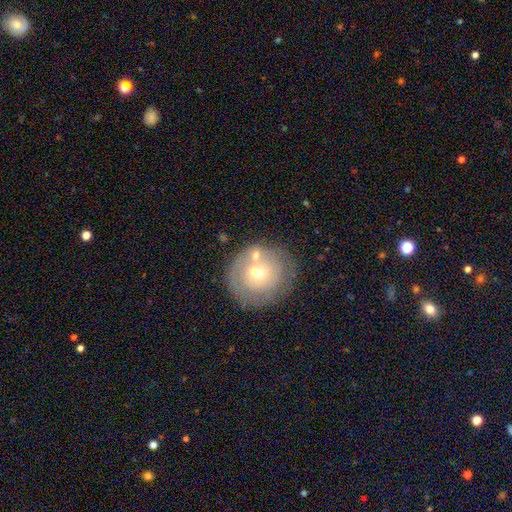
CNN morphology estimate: Smooth or featured? Predicted: smooth (p=0.47). Merging? Predicted: none (p=0.55).